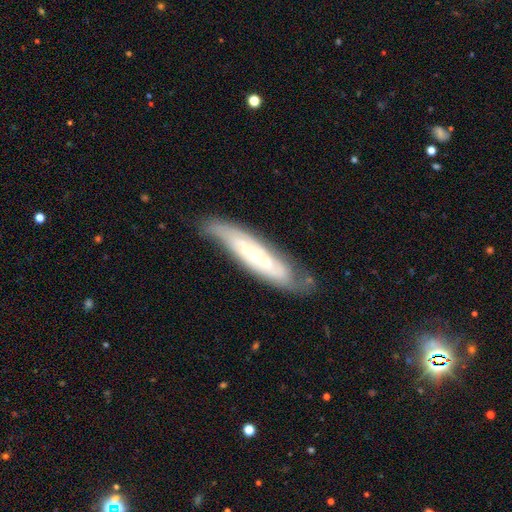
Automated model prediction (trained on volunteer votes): The model was most divided on "edge-on disk": no: 62%, yes: 38%. More confident: merging — none (73%); smooth or featured — featured or disk (68%).